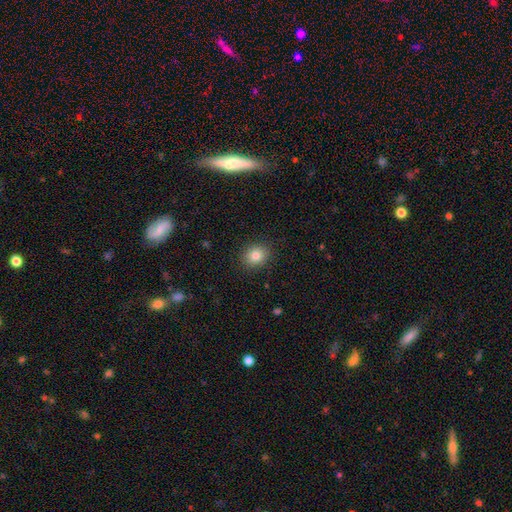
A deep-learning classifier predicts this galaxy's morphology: Smooth or featured? Predicted: smooth (p=0.83). How rounded? Predicted: round (p=0.65). Merging? Predicted: none (p=0.89).